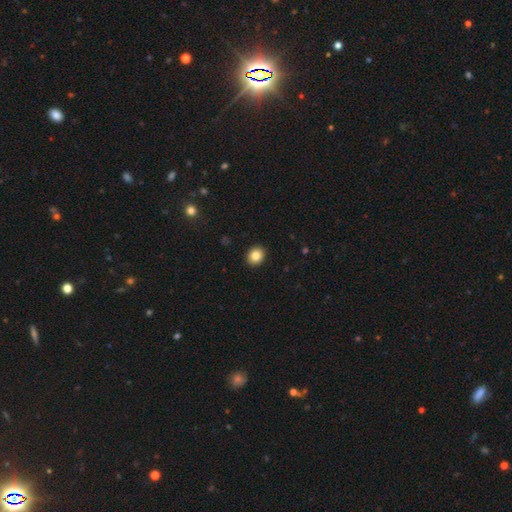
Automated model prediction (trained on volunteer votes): Morphology: type=smooth (84%); roundness=round (67%); merging=none (92%).